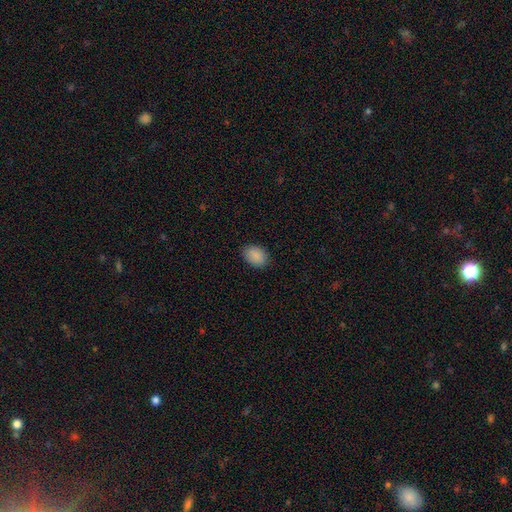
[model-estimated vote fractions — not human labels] smooth_or_featured: smooth (p=0.90) [alt: star or artifact p=0.07]
how_rounded: in between (p=0.80) [alt: round p=0.19]
merging: none (p=0.87) [alt: minor disturbance p=0.10]